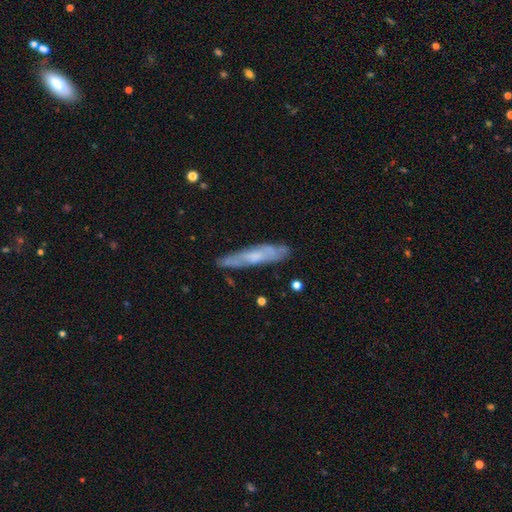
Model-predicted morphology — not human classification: Q: Smooth or featured?
A: featured or disk (54%); runner-up: smooth (39%)
Q: Edge-on disk?
A: yes (57%); runner-up: no (43%)
Q: Merging?
A: none (77%); runner-up: minor disturbance (17%)